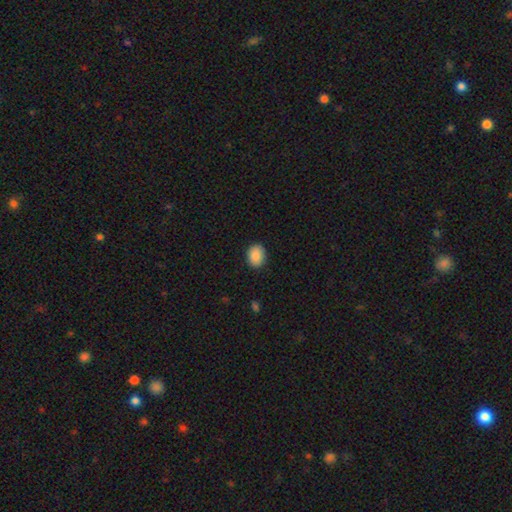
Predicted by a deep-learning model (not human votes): Overall: smooth (90%). How rounded: in between (64%; round 35%). Merging: none (89%).